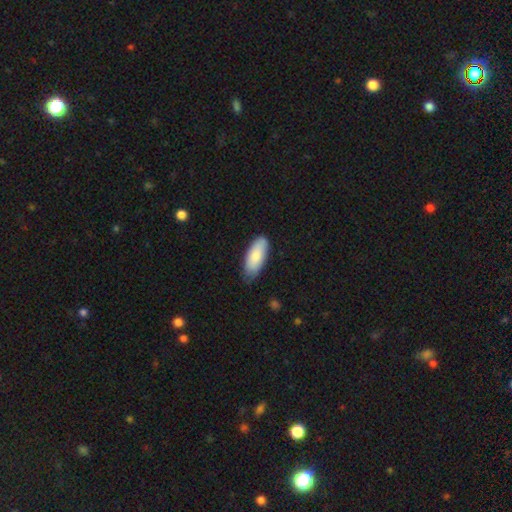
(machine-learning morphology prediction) This appears to be a smooth galaxy with no disk features (84%) that is in between round and cigar-shaped (82%). Merging: none (74%).